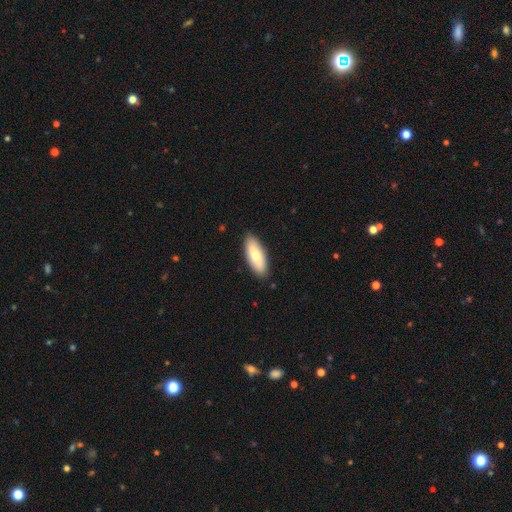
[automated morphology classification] Smooth or featured? Predicted: smooth (p=0.77). How rounded? Predicted: in between (p=0.74). Merging? Predicted: none (p=0.88).